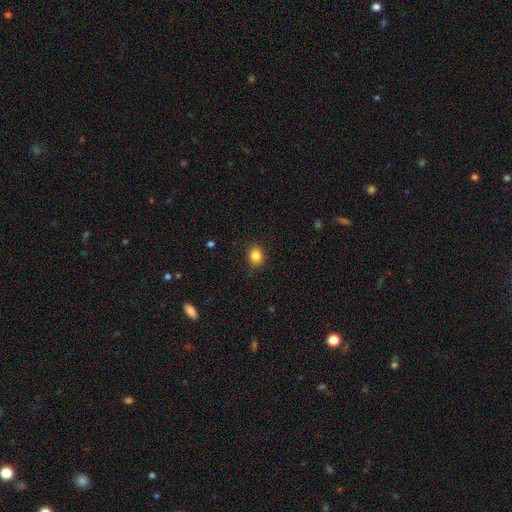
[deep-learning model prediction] A smooth galaxy with no disk features (84%) that is round (60%).

Vote fractions:
- Smooth or featured? smooth: 84% / star or artifact: 10% / featured or disk: 5%
- How rounded? round: 60% / in between: 39% / cigar-shaped: 1%
- Merging? none: 85% / minor disturbance: 12% / major disturbance: 2% / merger: 1%